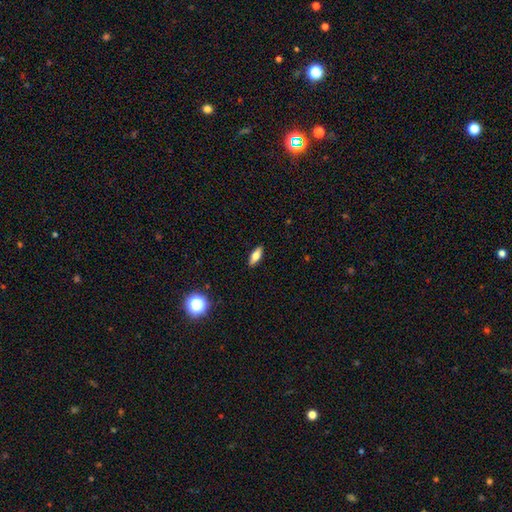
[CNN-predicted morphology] type=smooth (68%); roundness=in between (71%); merging=none (90%).